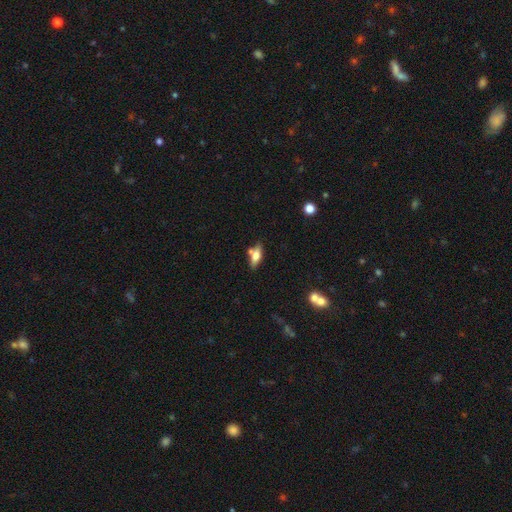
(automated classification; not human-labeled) smooth 58%, featured or disk 34%, star or artifact 8%. Down the decision tree: how rounded — in between (64%); merging — none (62%).